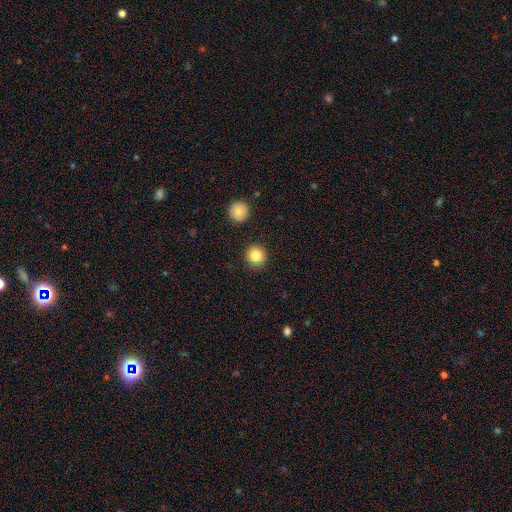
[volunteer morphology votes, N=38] type=smooth (79%); roundness=round (97%); merging=none (97%).